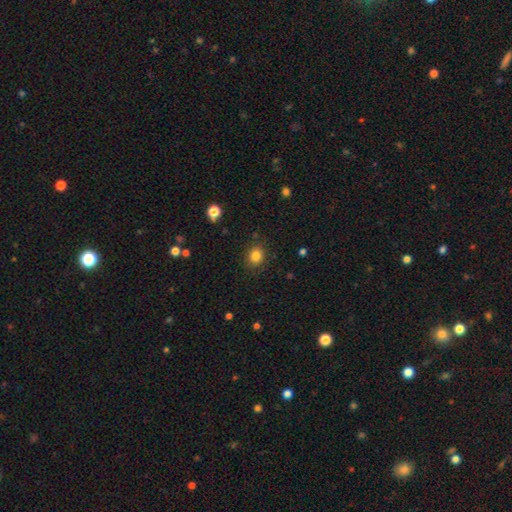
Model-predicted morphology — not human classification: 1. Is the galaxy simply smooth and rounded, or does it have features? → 83% smooth, 12% star or artifact, 6% featured or disk.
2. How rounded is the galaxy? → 71% round, 28% in between, 1% cigar-shaped.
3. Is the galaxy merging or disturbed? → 86% none, 10% minor disturbance, 3% major disturbance, 1% merger.